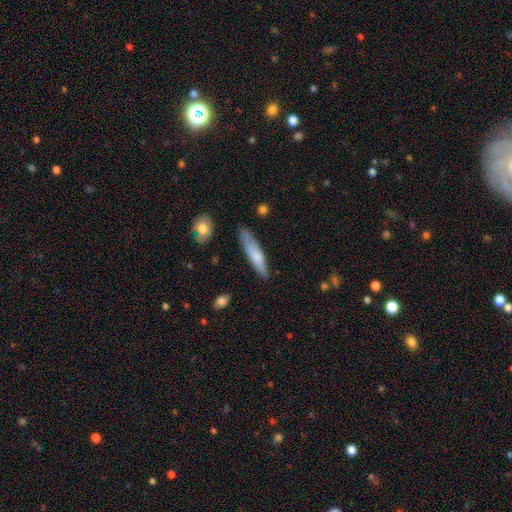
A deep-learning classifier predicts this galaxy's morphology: Smooth or featured? Predicted: smooth (p=0.70). How rounded? Predicted: cigar-shaped (p=0.82). Merging? Predicted: none (p=0.74).